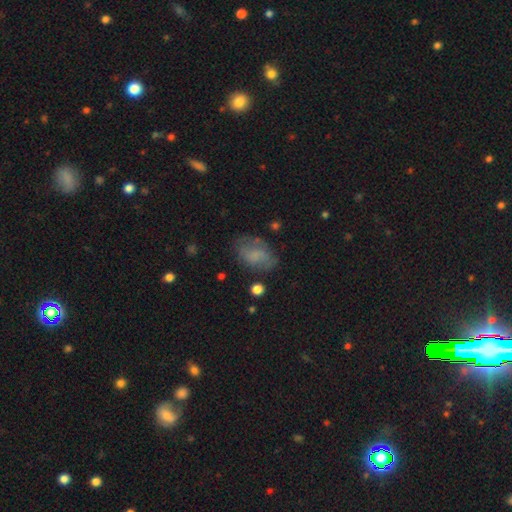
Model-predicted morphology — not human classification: This is likely a smooth galaxy (62%). How rounded: clearly in between (87%). Merging: possibly none (58%).